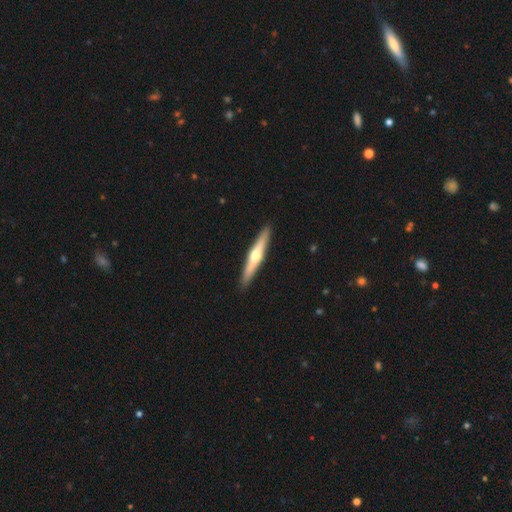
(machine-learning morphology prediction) The model was most divided on "smooth or featured": featured or disk: 61%, smooth: 35%, star or artifact: 5%. More confident: edge-on disk — yes (96%); merging — none (91%); edge-on bulge — rounded (89%).